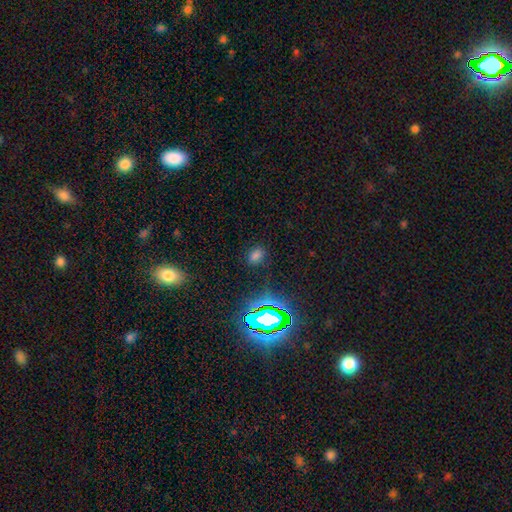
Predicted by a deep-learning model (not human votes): Q: Smooth or featured?
A: smooth (65%); runner-up: star or artifact (28%)
Q: How rounded?
A: in between (76%); runner-up: round (22%)
Q: Merging?
A: none (83%); runner-up: minor disturbance (11%)